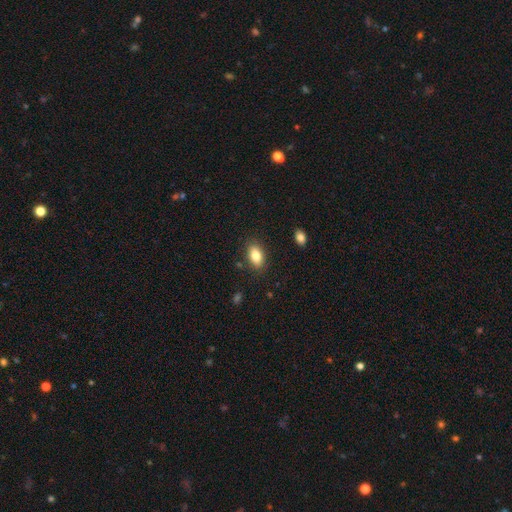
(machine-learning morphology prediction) The model was most divided on "smooth or featured": smooth: 83%, featured or disk: 9%, star or artifact: 8%. More confident: how rounded — in between (90%); merging — none (85%).